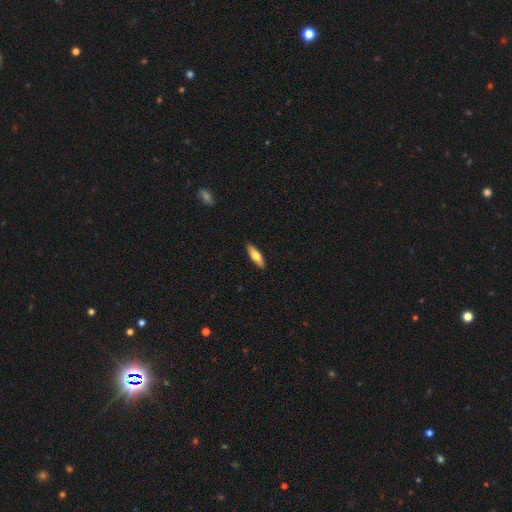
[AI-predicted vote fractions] This is likely a smooth galaxy (66%). How rounded: possibly cigar-shaped (51%). Merging: clearly none (90%).